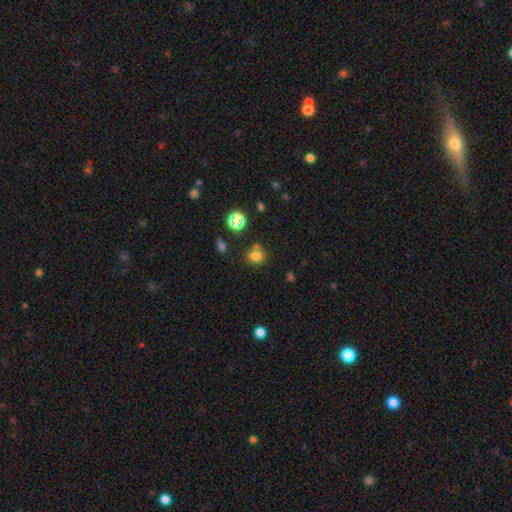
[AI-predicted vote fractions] The model was most divided on "merging": none: 69%, merger: 16%, minor disturbance: 11%, major disturbance: 4%. More confident: how rounded — round (80%); smooth or featured — smooth (75%).